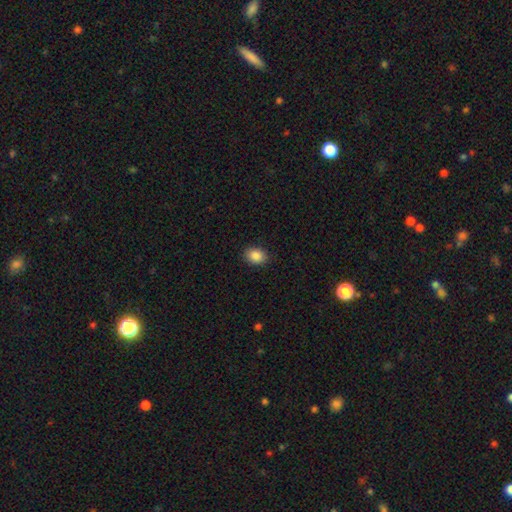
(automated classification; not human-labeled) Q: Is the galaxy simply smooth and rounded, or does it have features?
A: smooth — 88%.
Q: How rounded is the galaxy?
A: in between — 65%.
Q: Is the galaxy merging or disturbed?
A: none — 88%.